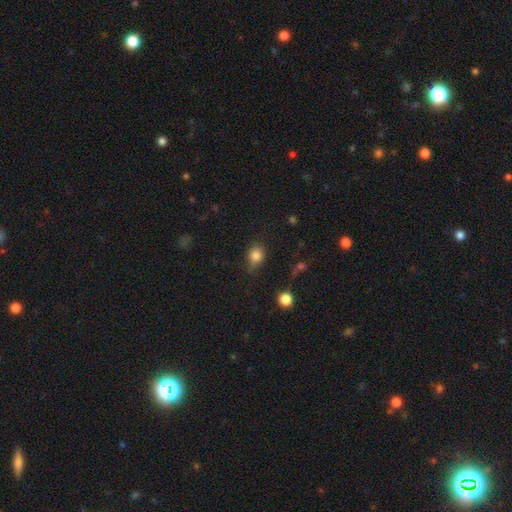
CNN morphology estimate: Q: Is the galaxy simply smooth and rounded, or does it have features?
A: smooth — 81%.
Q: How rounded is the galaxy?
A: round — 55%.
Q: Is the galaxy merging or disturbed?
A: none — 60%.